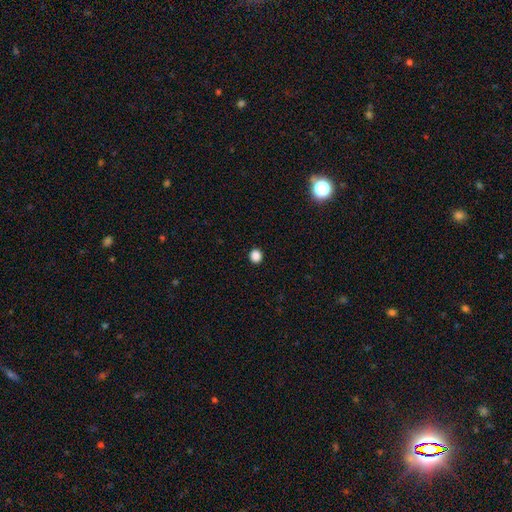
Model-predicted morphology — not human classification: smooth-or-featured: smooth: 86% | star or artifact: 11% | featured or disk: 2%
  how-rounded: round: 89% | in between: 10% | cigar-shaped: 1%
  merging: none: 93% | minor disturbance: 4% | major disturbance: 2% | merger: 1%